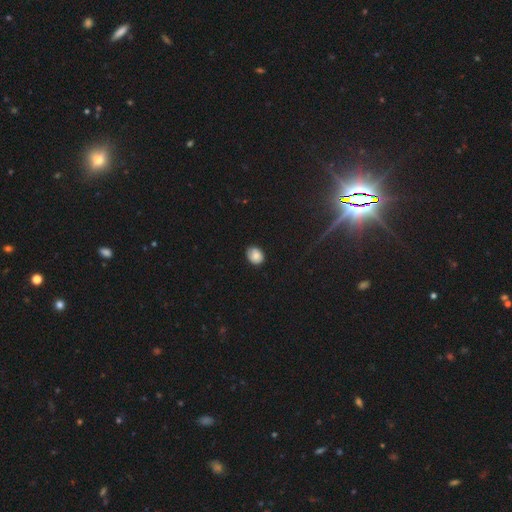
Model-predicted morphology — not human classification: Overall: smooth (80%). How rounded: in between (52%; round 47%). Merging: none (74%).